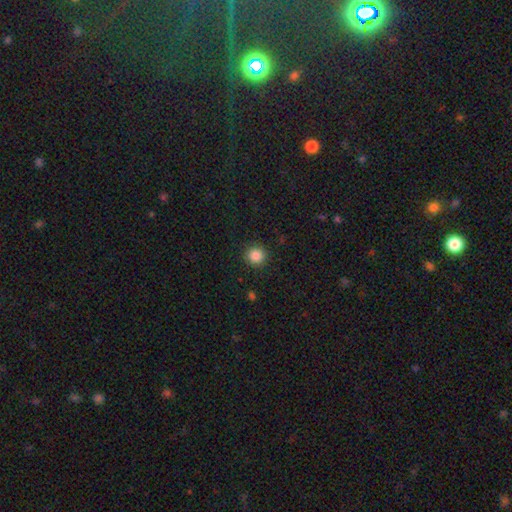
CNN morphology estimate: Q: Smooth or featured?
A: smooth (86%); runner-up: star or artifact (11%)
Q: How rounded?
A: round (94%); runner-up: in between (5%)
Q: Merging?
A: none (91%); runner-up: minor disturbance (6%)